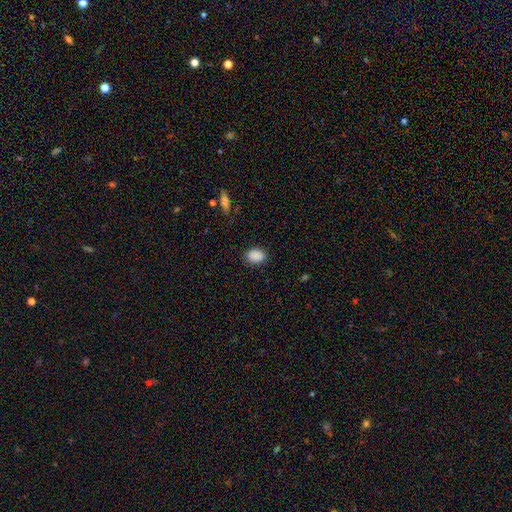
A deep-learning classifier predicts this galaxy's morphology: Q: Smooth or featured?
A: smooth (89%); runner-up: star or artifact (8%)
Q: How rounded?
A: in between (70%); runner-up: round (29%)
Q: Merging?
A: none (85%); runner-up: minor disturbance (11%)